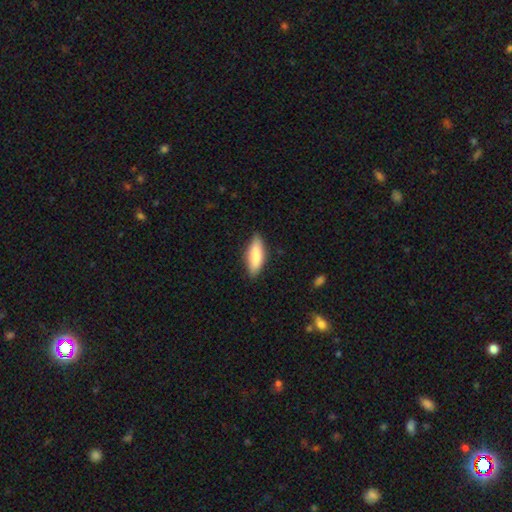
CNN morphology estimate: Smooth or featured? smooth (81%)
How rounded? in between (60%)
Merging? none (83%)